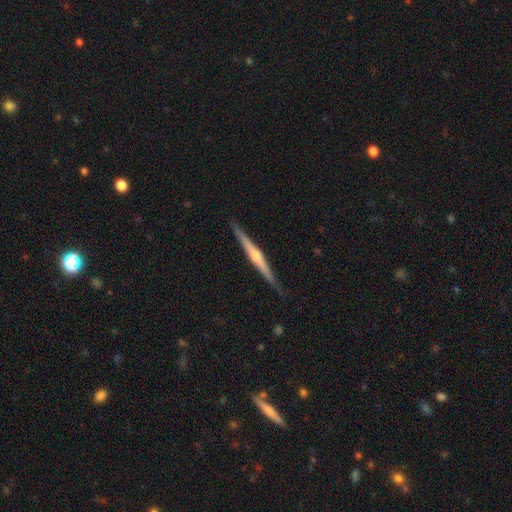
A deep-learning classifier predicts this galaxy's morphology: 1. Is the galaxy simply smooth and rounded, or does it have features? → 75% featured or disk, 20% smooth, 5% star or artifact.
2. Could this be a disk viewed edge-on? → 98% yes, 2% no.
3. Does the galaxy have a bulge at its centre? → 76% rounded, 18% none, 6% boxy.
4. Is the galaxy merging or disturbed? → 88% none, 9% minor disturbance, 1% major disturbance, 1% merger.